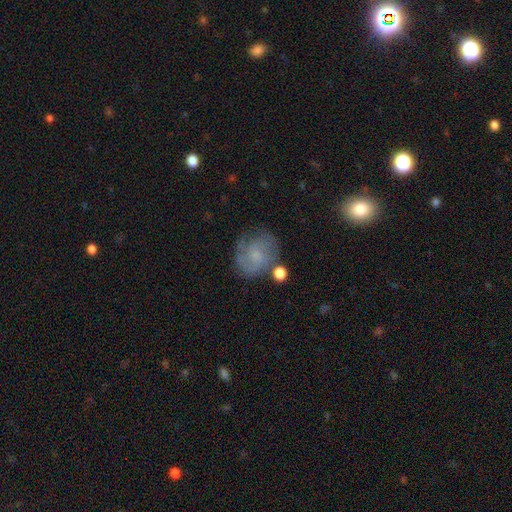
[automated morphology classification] A featured or disk galaxy (52%) with no bar (68%), spiral arms (80%) and a small central bulge (43%).

Vote fractions:
- Smooth or featured? featured or disk: 52% / smooth: 38% / star or artifact: 10%
- Edge-on disk? no: 97% / yes: 3%
- Bar? no: 68% / weak: 28% / strong: 4%
- Spiral arms? yes: 80% / no: 20%
- Bulge size? small: 43% / none: 30% / moderate: 22% / large: 3% / dominant: 1%
- Merging? none: 62% / minor disturbance: 21% / major disturbance: 11% / merger: 6%